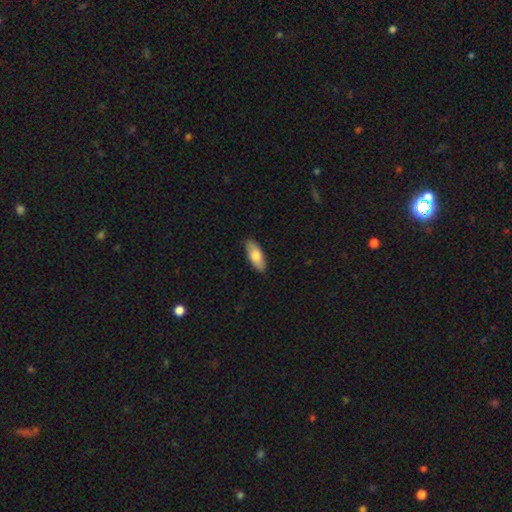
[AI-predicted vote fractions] Overall: smooth (76%). How rounded: in between (82%). Merging: none (89%).